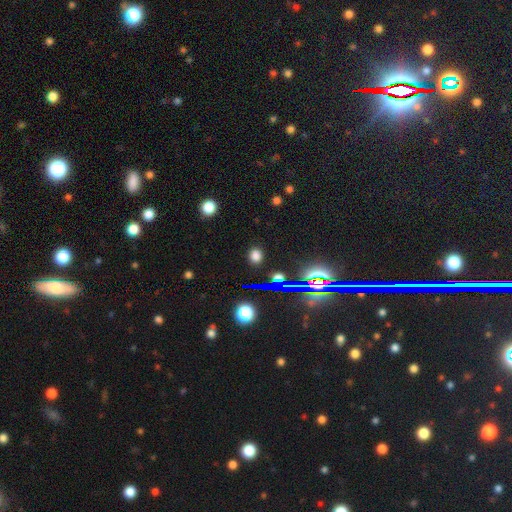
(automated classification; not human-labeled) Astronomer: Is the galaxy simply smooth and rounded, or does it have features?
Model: smooth — 70%.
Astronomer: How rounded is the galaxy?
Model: round — 66%.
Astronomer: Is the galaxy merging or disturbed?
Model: none — 89%.